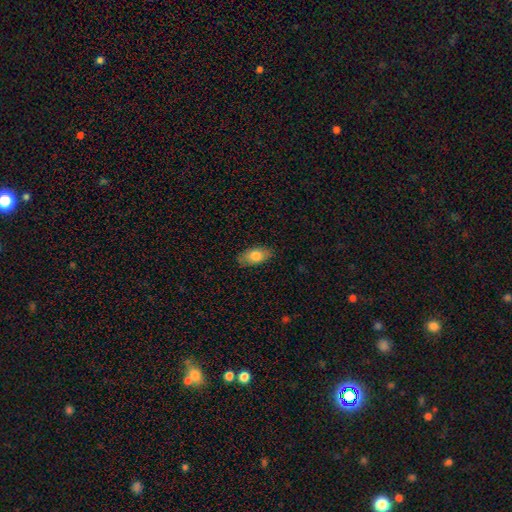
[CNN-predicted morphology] This is likely a smooth galaxy (78%). How rounded: clearly in between (90%). Merging: clearly none (84%).